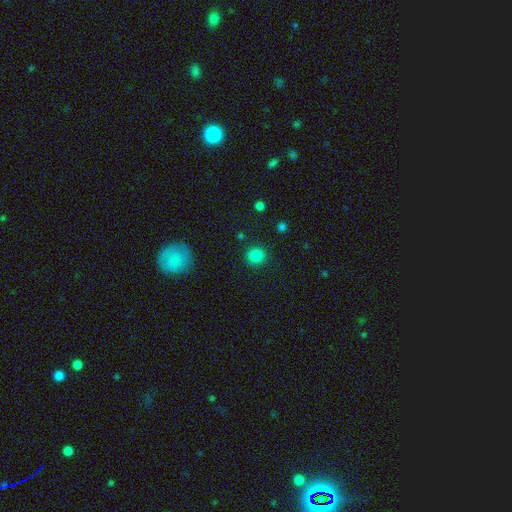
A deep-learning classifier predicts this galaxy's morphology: smooth-or-featured: smooth: 84% | star or artifact: 12% | featured or disk: 4%
  how-rounded: round: 90% | in between: 9% | cigar-shaped: 1%
  merging: none: 88% | minor disturbance: 7% | major disturbance: 3% | merger: 2%